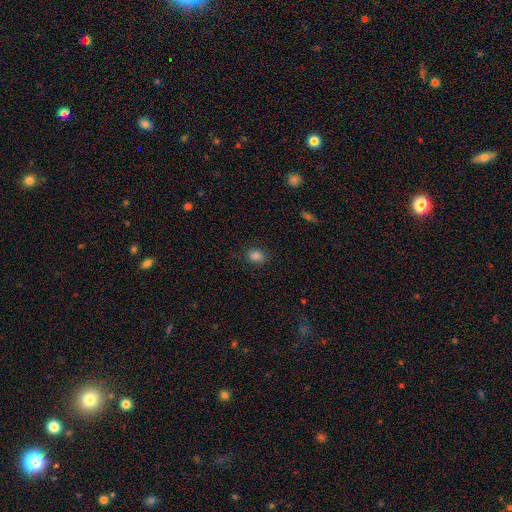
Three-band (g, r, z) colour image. It shows a smooth galaxy with no disk features (90%) that is round (54%). Merging: none (94%).